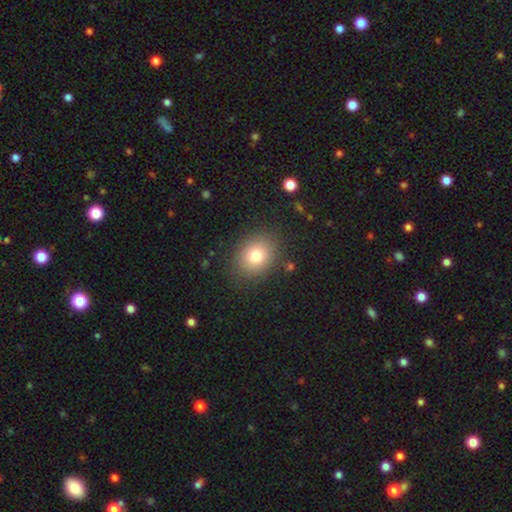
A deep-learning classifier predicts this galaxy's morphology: Overall: smooth (77%). How rounded: round (57%; in between 42%). Merging: none (86%).